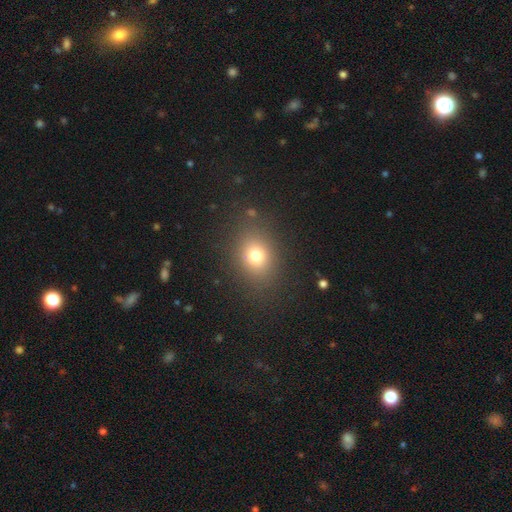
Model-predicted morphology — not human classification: smooth 73%, star or artifact 16%, featured or disk 11%. Down the decision tree: how rounded — round (51%); merging — none (83%).